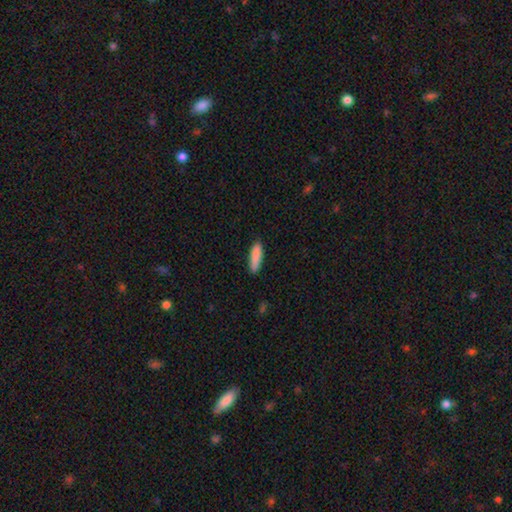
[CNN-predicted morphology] Smooth or featured: smooth — 88% (star or artifact — 6%)
How rounded: cigar-shaped — 66% (in between — 33%)
Merging: none — 87% (minor disturbance — 10%)